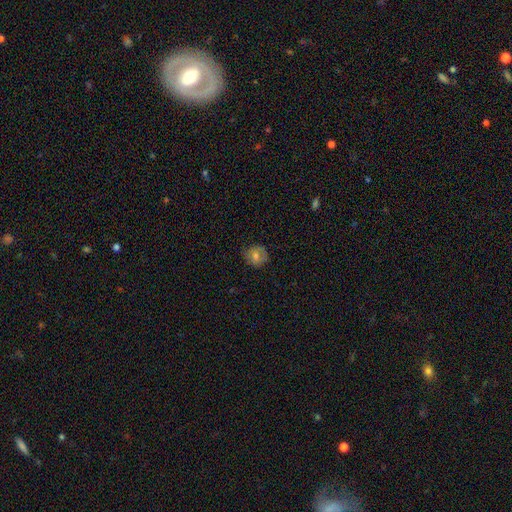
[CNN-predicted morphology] Smooth or featured: smooth — 65% (featured or disk — 25%)
How rounded: round — 84% (in between — 15%)
Merging: none — 79% (minor disturbance — 16%)